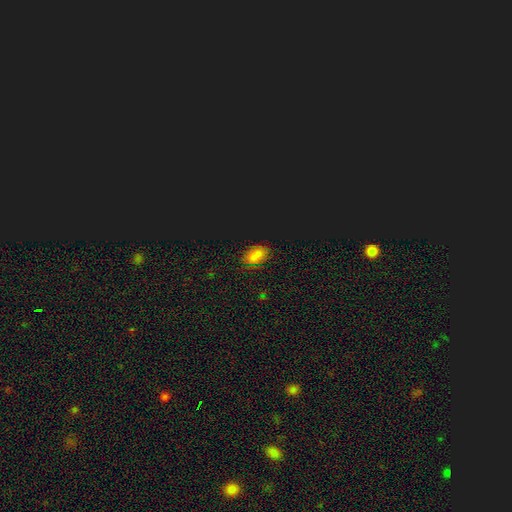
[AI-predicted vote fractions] This appears to be a smooth galaxy with no disk features (55%) that is in between round and cigar-shaped (86%). Merging: none (79%).